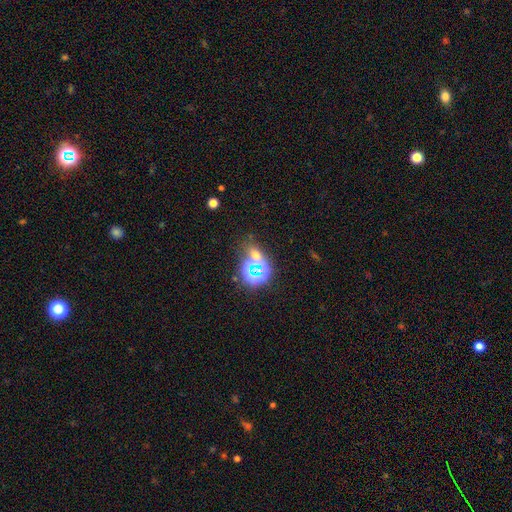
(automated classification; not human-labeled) smooth-or-featured: star or artifact: 58% | smooth: 32% | featured or disk: 9%